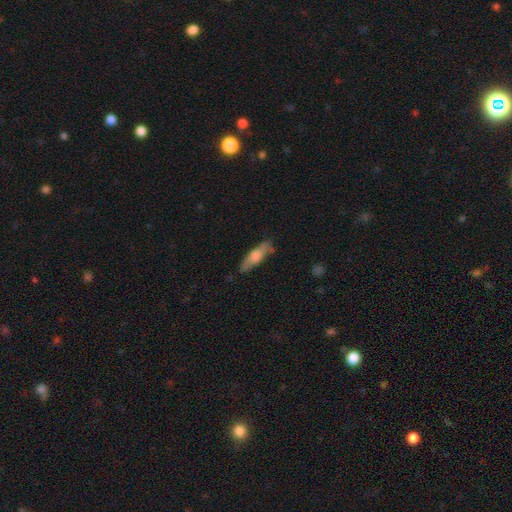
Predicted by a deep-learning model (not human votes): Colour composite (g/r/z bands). It shows a smooth galaxy with no disk features (65%) that is cigar-shaped (59%). Merging: none (76%).